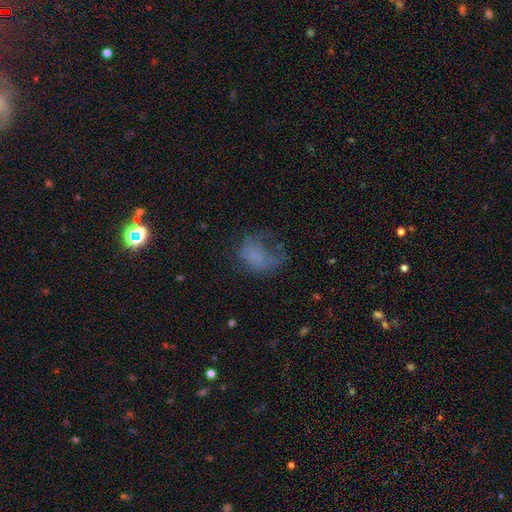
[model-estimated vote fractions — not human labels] Smooth or featured? Predicted: smooth (p=0.48). Merging? Predicted: major disturbance (p=0.41).